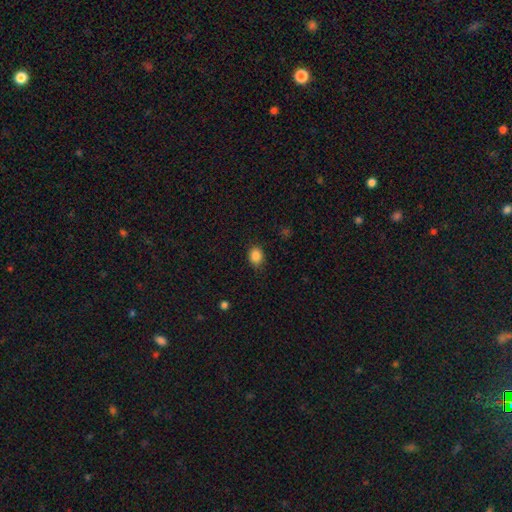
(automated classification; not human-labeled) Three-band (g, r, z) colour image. It shows a smooth galaxy with no disk features (86%) that is in between round and cigar-shaped (52%). Merging: none (83%).